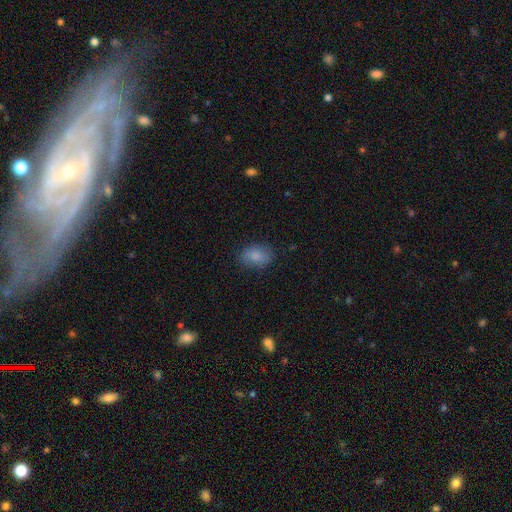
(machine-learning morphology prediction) This is clearly a smooth galaxy (84%). How rounded: likely in between (79%). Merging: likely none (78%).